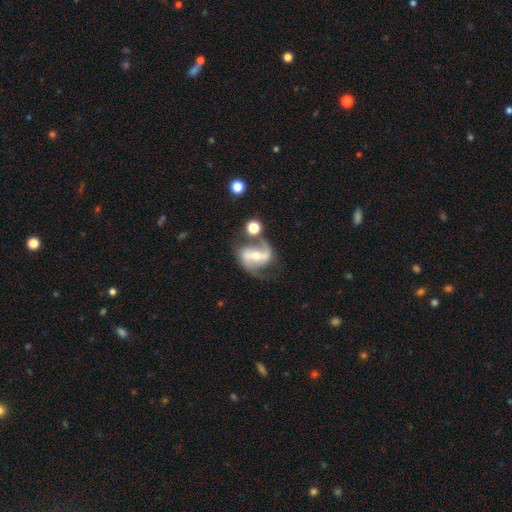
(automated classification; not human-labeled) featured or disk 84%, smooth 10%, star or artifact 6%. Down the decision tree: edge-on disk — no (97%); bar — strong (55%); spiral arms — yes (93%); spiral arm count — 2 (89%); spiral winding — medium (44%, tied with loose); bulge size — moderate (55%); merging — none (60%).